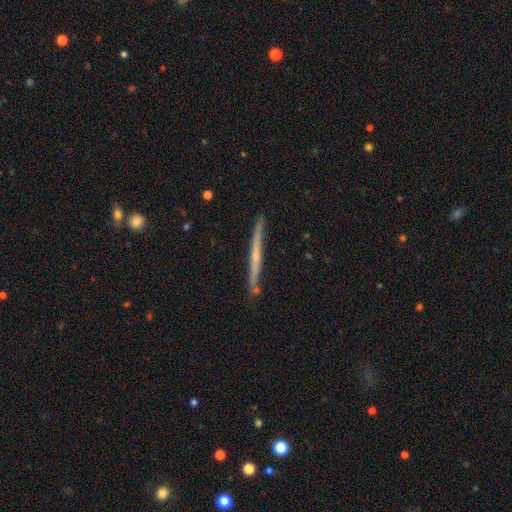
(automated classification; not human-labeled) This appears to be a featured or disk galaxy (68%) viewed edge-on (97%) with no central bulge (51%). Merging: none (85%).